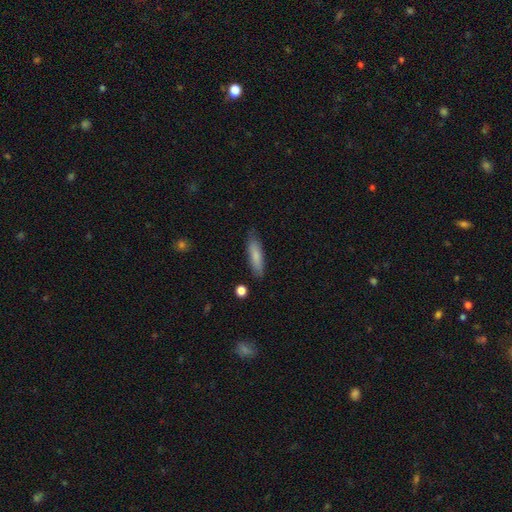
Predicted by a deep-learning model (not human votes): Smooth or featured: smooth — 80% (featured or disk — 13%)
How rounded: cigar-shaped — 67% (in between — 32%)
Merging: none — 82% (minor disturbance — 13%)